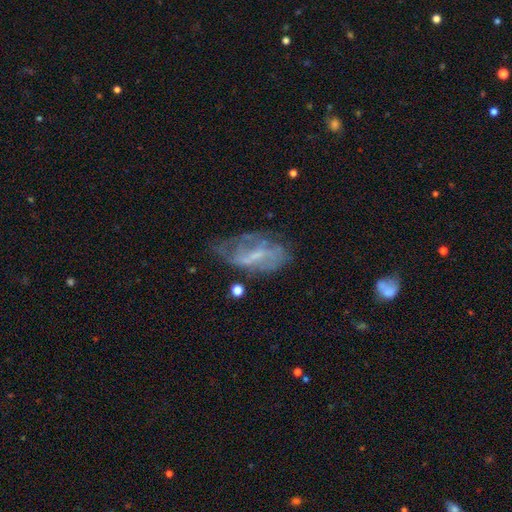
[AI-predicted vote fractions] This is likely a featured or disk galaxy (67%). It is clearly not viewed edge-on (94%). Bar: possibly weak (47%). Spiral arm pattern: likely yes (62%). Central bulge: possibly small (48%). Merging: marginally none (44%).